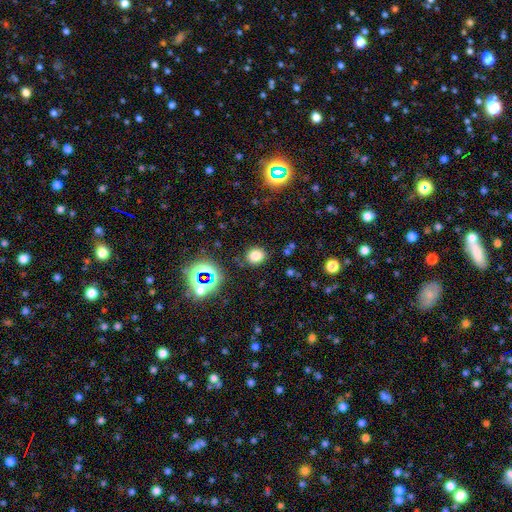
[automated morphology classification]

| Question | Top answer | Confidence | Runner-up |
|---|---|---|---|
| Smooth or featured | smooth | 74% | star or artifact (19%) |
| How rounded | round | 71% | in between (28%) |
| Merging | none | 83% | minor disturbance (10%) |